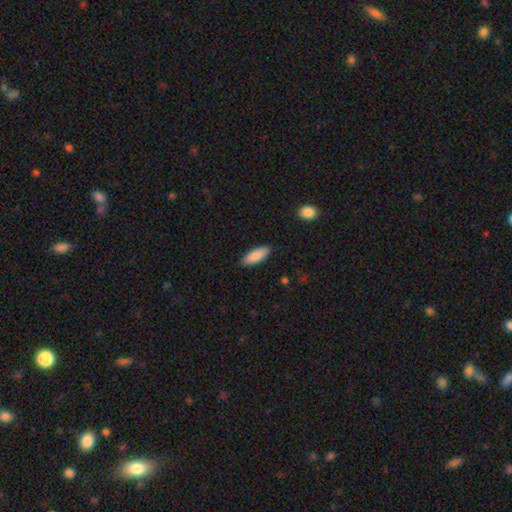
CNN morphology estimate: smooth-or-featured: smooth: 87% | featured or disk: 7% | star or artifact: 6%
  how-rounded: in between: 69% | cigar-shaped: 29% | round: 2%
  merging: none: 86% | minor disturbance: 11% | major disturbance: 2% | merger: 1%